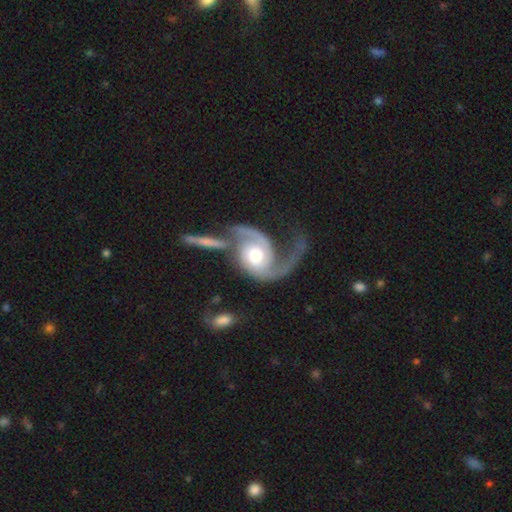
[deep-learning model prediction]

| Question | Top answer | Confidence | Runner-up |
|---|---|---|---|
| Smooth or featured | featured or disk | 89% | smooth (7%) |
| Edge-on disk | no | 97% | yes (3%) |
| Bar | no | 65% | weak (26%) |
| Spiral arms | yes | 97% | no (3%) |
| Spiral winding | loose | 45% | medium (39%) |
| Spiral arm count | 2 | 85% | 1 (8%) |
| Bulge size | moderate | 64% | large (19%) |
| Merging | none | 37% | major disturbance (25%) |